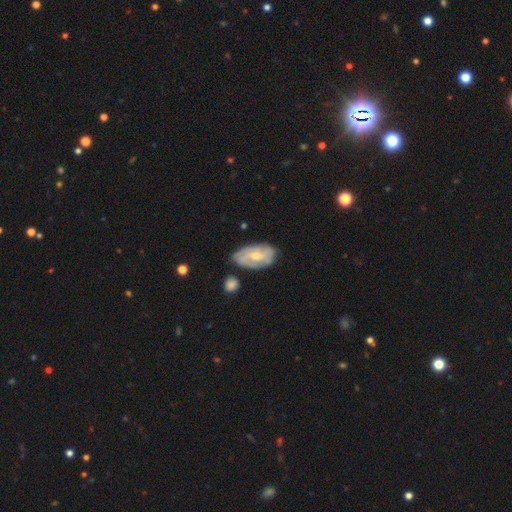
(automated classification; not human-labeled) featured or disk 65%, smooth 30%, star or artifact 6%. Down the decision tree: edge-on disk — no (95%); bar — no (53%); spiral arms — yes (81%); bulge size — moderate (52%); merging — none (63%).